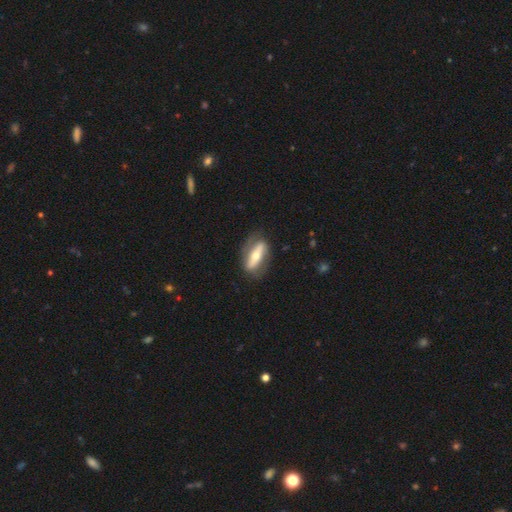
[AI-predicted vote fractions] Smooth or featured: featured or disk — 66% (smooth — 29%)
Edge-on disk: no — 67% (yes — 33%)
Merging: none — 75% (minor disturbance — 17%)